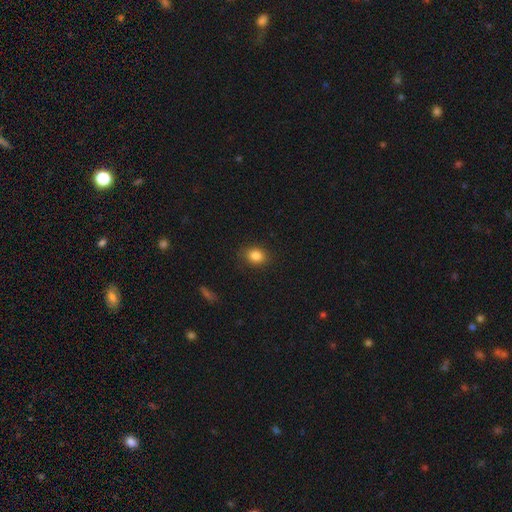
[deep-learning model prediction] Smooth or featured: smooth — 84% (star or artifact — 10%)
How rounded: in between — 54% (round — 45%)
Merging: none — 86% (minor disturbance — 10%)